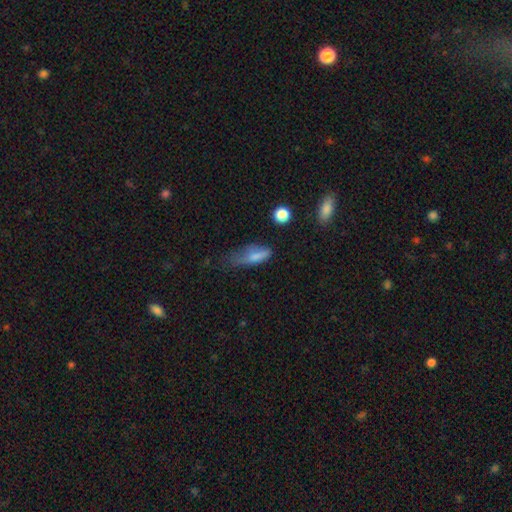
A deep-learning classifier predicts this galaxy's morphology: Smooth or featured? Predicted: smooth (p=0.73). How rounded? Predicted: in between (p=0.63). Merging? Predicted: minor disturbance (p=0.38).